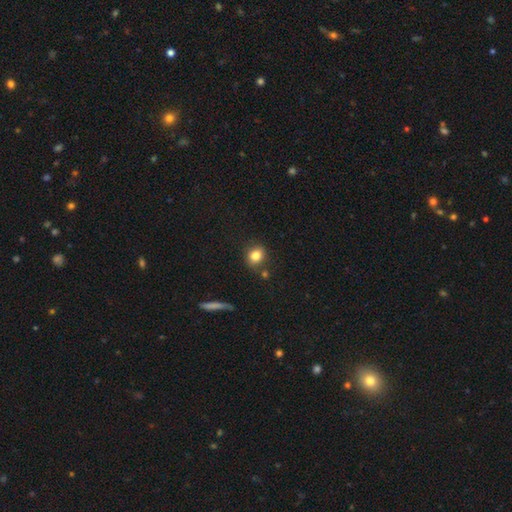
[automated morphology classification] Smooth or featured? smooth (83%)
How rounded? round (63%)
Merging? none (77%)